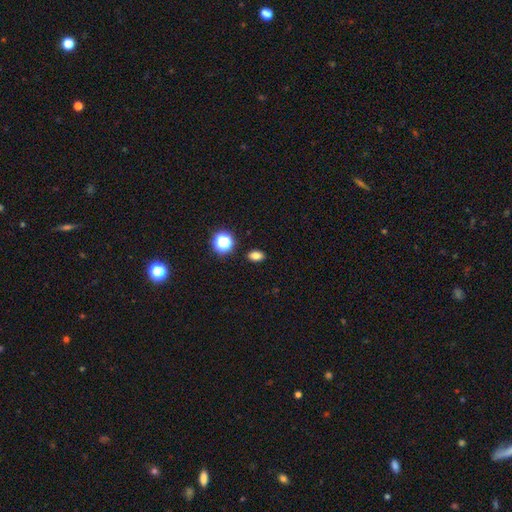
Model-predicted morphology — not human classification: Smooth or featured?
  - smooth: 79% *
  - star or artifact: 15%
  - featured or disk: 6%
How rounded?
  - in between: 79% *
  - round: 20%
  - cigar-shaped: 2%
Merging?
  - none: 88% *
  - minor disturbance: 8%
  - major disturbance: 2%
  - merger: 2%